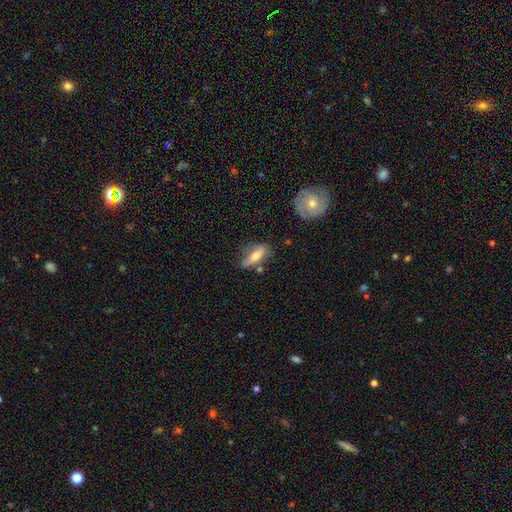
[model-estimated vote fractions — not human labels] smooth 57%, featured or disk 37%, star or artifact 7%. Down the decision tree: how rounded — in between (56%); merging — none (59%).